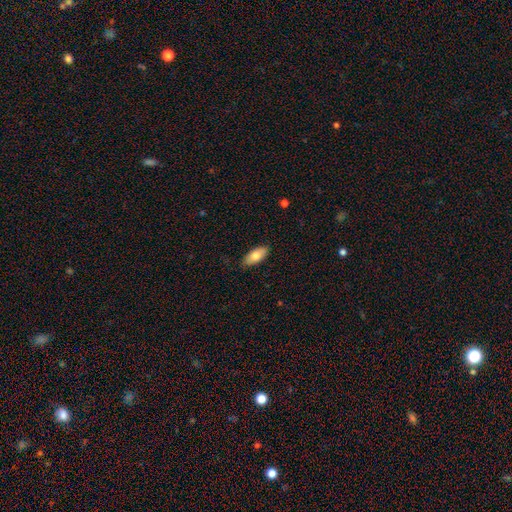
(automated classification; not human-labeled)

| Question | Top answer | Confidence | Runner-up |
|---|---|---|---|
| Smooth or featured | smooth | 79% | featured or disk (15%) |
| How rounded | in between | 87% | cigar-shaped (10%) |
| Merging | none | 86% | minor disturbance (11%) |